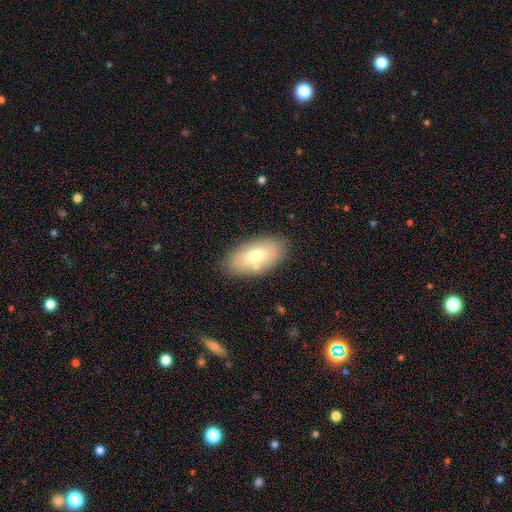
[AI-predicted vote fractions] Smooth or featured?
  - smooth: 63% *
  - featured or disk: 29%
  - star or artifact: 8%
How rounded?
  - in between: 93% *
  - cigar-shaped: 4%
  - round: 3%
Merging?
  - none: 81% *
  - minor disturbance: 13%
  - merger: 4%
  - major disturbance: 3%